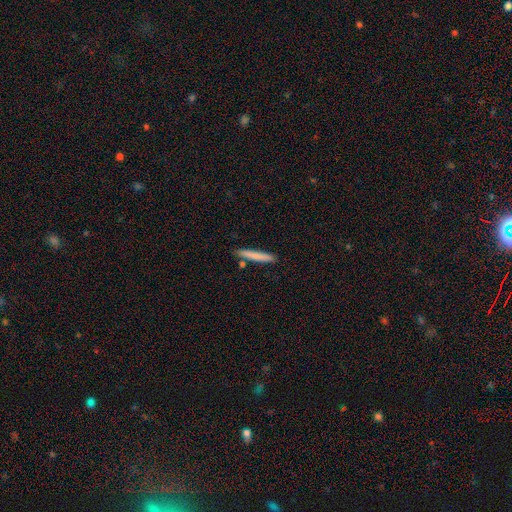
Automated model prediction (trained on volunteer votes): This is likely a smooth galaxy (78%). How rounded: clearly cigar-shaped (95%). Merging: clearly none (85%).